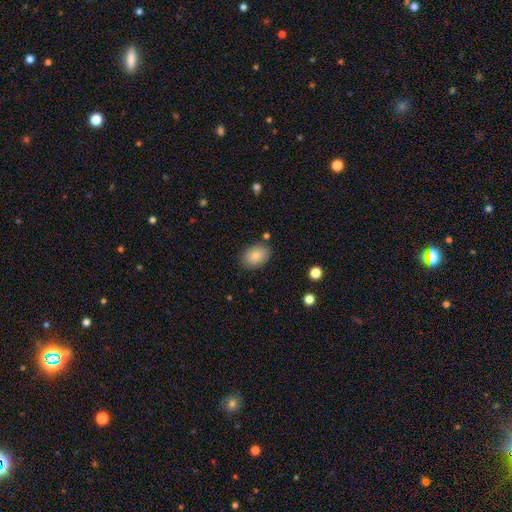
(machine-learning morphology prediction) This is clearly a smooth galaxy (85%). How rounded: clearly in between (81%). Merging: clearly none (85%).